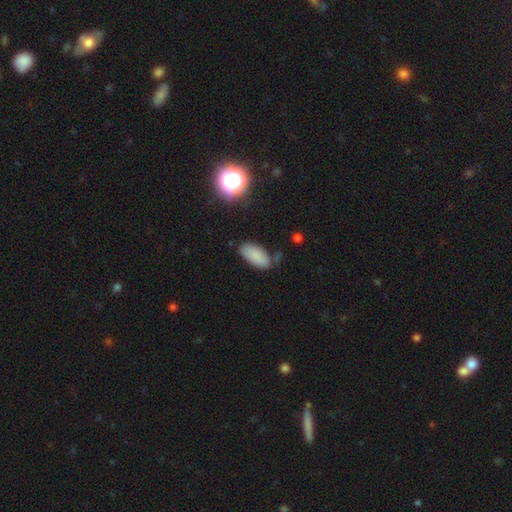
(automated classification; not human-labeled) A smooth galaxy with no disk features (85%) that is in between round and cigar-shaped (91%).

Vote fractions:
- Smooth or featured? smooth: 85% / star or artifact: 9% / featured or disk: 6%
- How rounded? in between: 91% / cigar-shaped: 6% / round: 2%
- Merging? none: 74% / minor disturbance: 18% / major disturbance: 4% / merger: 4%